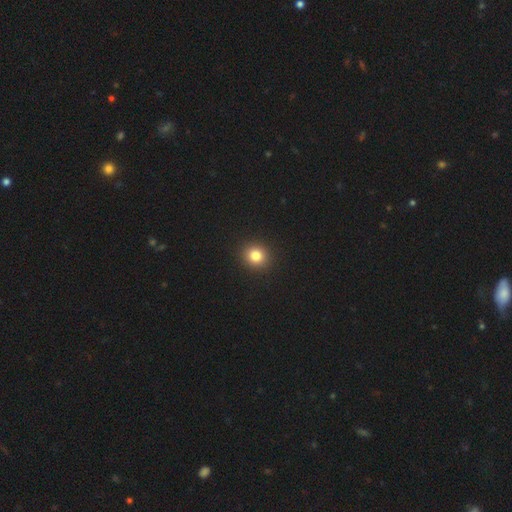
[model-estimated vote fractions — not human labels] Smooth or featured? Predicted: smooth (p=0.82). How rounded? Predicted: round (p=0.86). Merging? Predicted: none (p=0.93).